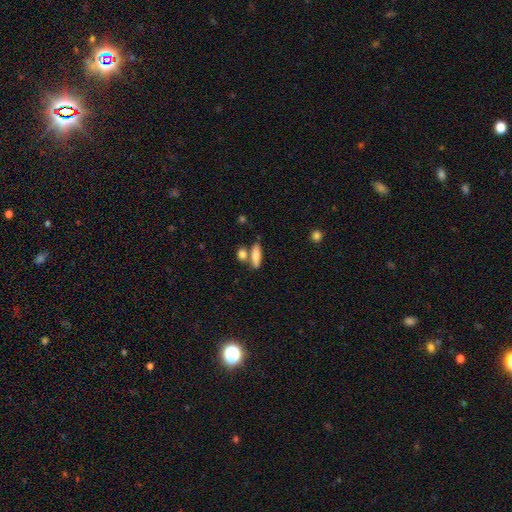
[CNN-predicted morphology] Smooth or featured? Predicted: smooth (p=0.79). How rounded? Predicted: cigar-shaped (p=0.50). Merging? Predicted: none (p=0.61).